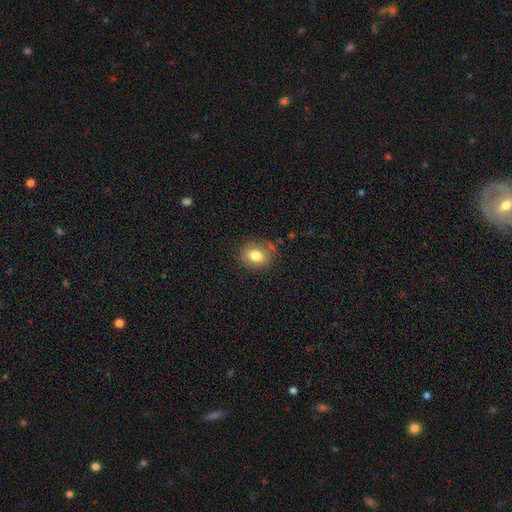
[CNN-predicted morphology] Overall: smooth (79%). How rounded: in between (51%; round 48%). Merging: none (76%).